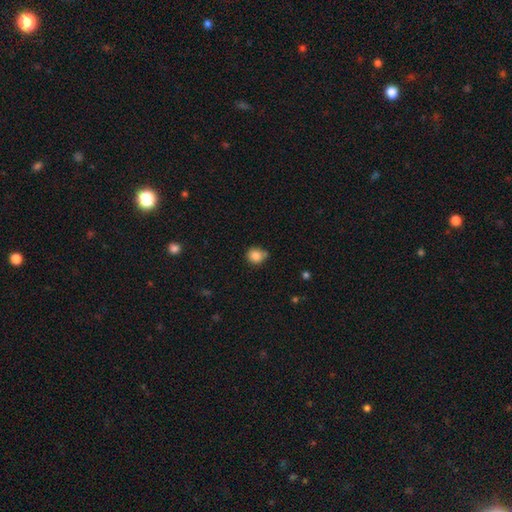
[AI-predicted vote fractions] Smooth or featured: smooth — 84% (star or artifact — 10%)
How rounded: round — 80% (in between — 19%)
Merging: none — 60% (minor disturbance — 27%)